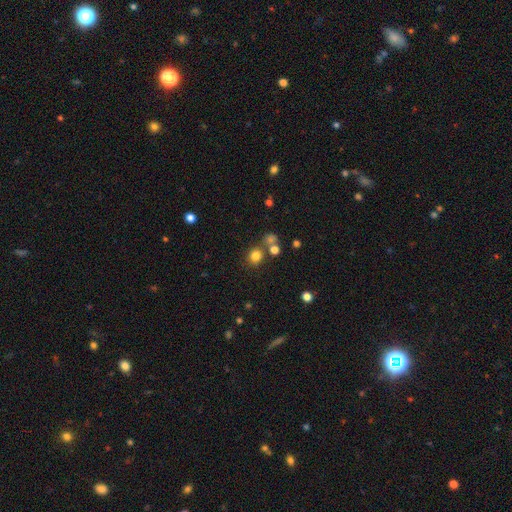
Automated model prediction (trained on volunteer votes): Morphology: type=smooth (78%); roundness=round (85%); merging=none (72%).